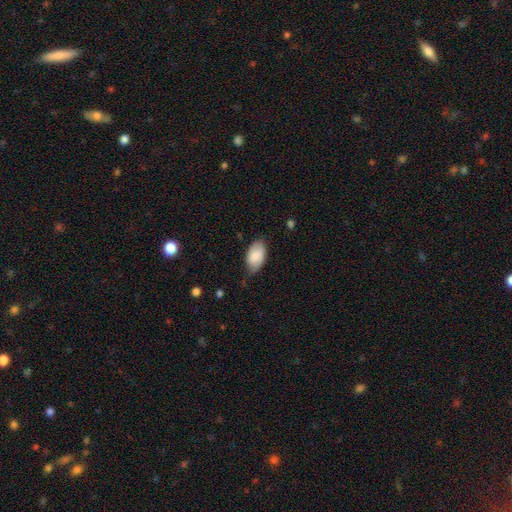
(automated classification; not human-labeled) Smooth or featured? smooth (81%)
How rounded? in between (94%)
Merging? none (68%)